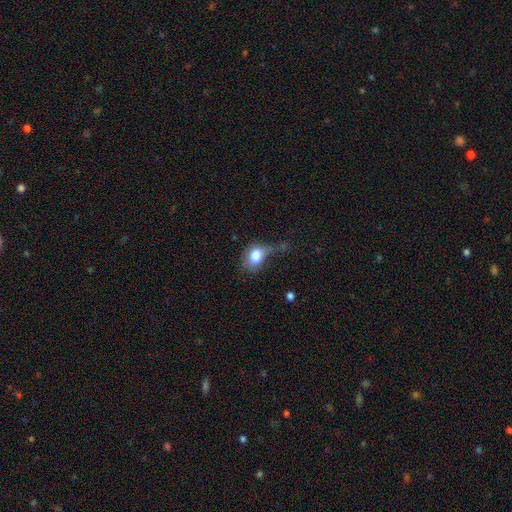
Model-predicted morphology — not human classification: This appears to be a smooth galaxy with no disk features (77%) that is in between round and cigar-shaped (73%). Merging: major disturbance (36%).